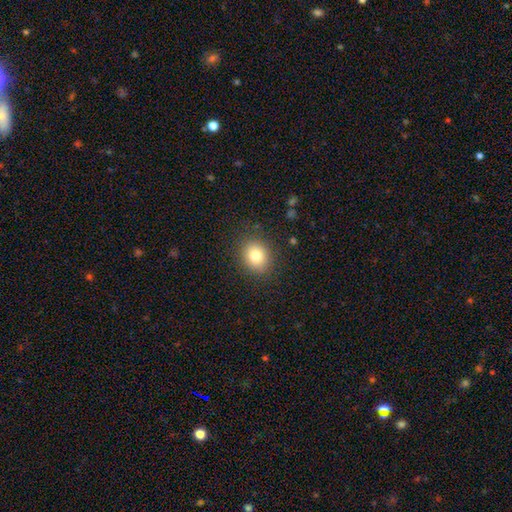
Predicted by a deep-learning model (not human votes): Q: Smooth or featured?
A: smooth (80%); runner-up: star or artifact (11%)
Q: How rounded?
A: round (67%); runner-up: in between (32%)
Q: Merging?
A: none (87%); runner-up: minor disturbance (8%)